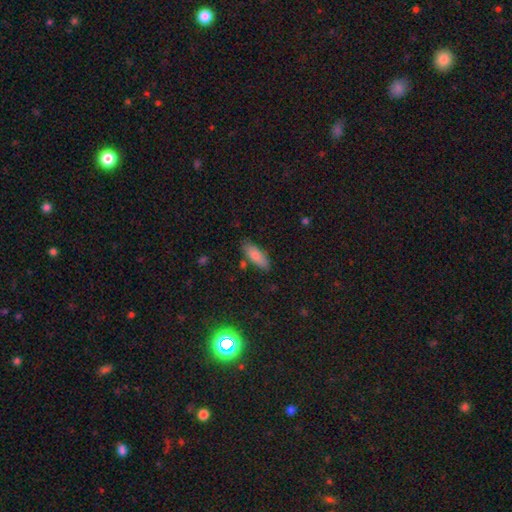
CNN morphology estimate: Smooth or featured? Predicted: smooth (p=0.81). How rounded? Predicted: in between (p=0.72). Merging? Predicted: none (p=0.78).